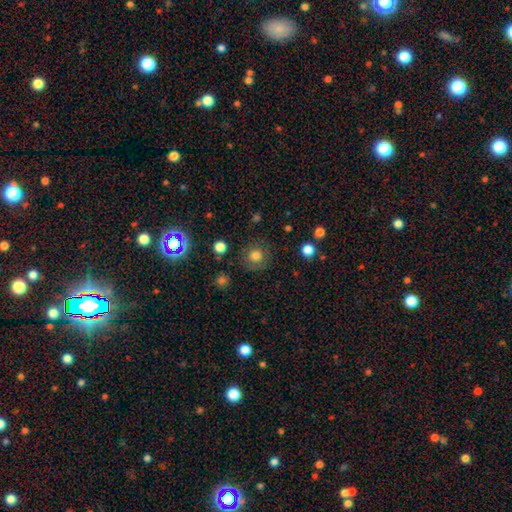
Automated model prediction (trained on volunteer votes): The model was most divided on "smooth or featured": smooth: 77%, star or artifact: 13%, featured or disk: 9%. More confident: how rounded — round (90%); merging — none (82%).